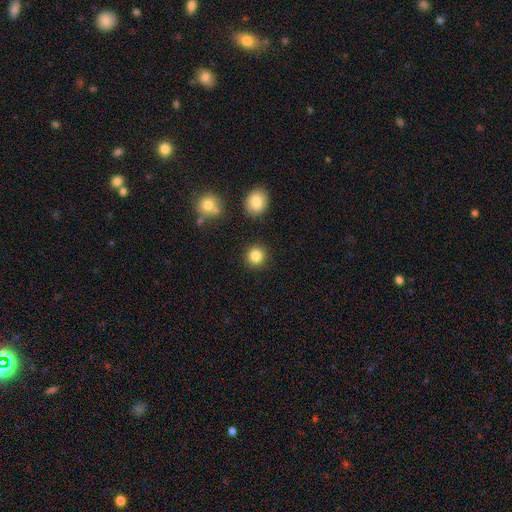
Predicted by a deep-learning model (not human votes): Smooth or featured? Predicted: smooth (p=0.85). How rounded? Predicted: round (p=0.92). Merging? Predicted: none (p=0.89).